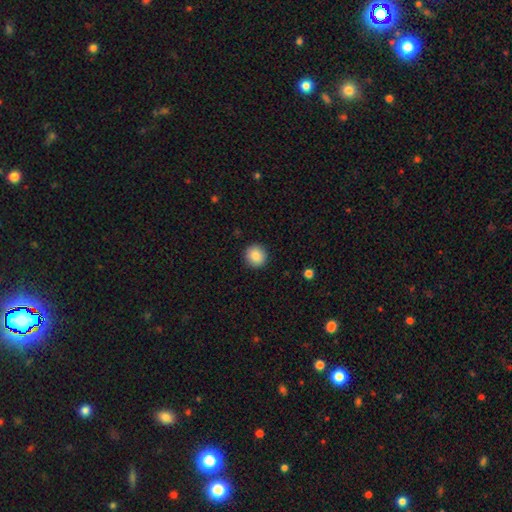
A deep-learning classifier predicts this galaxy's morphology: Smooth or featured? smooth (87%)
How rounded? round (93%)
Merging? none (92%)